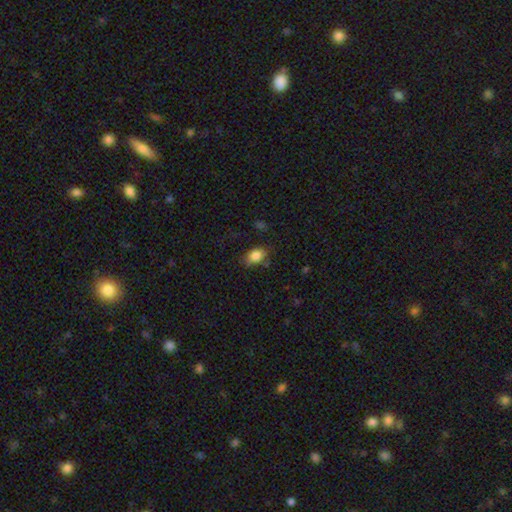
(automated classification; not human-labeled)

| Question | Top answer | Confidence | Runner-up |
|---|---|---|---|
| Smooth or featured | smooth | 84% | star or artifact (9%) |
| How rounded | in between | 78% | round (20%) |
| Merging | none | 69% | minor disturbance (21%) |